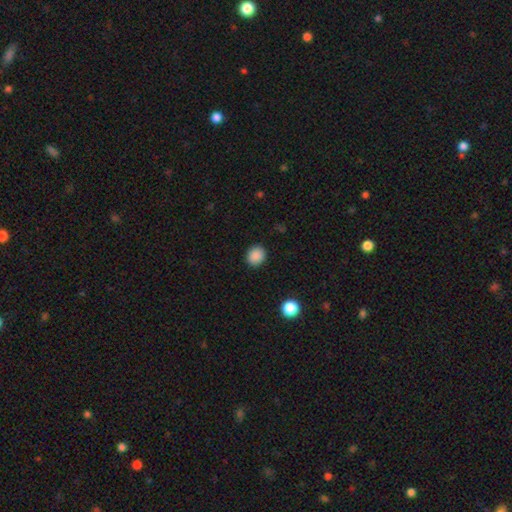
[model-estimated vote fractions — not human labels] This appears to be a smooth galaxy with no disk features (88%) that is round (80%). Merging: none (90%).